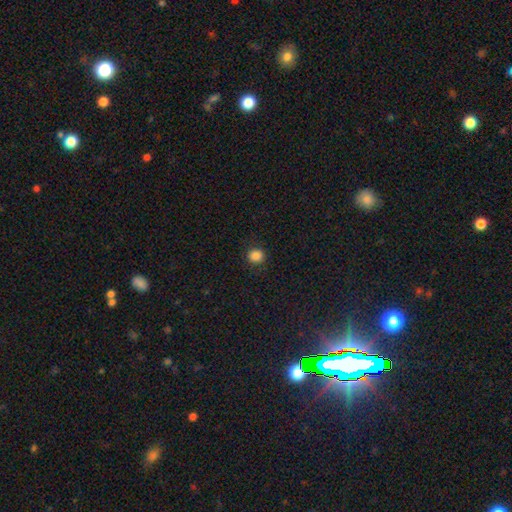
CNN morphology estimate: smooth_or_featured: smooth (p=0.85) [alt: star or artifact p=0.12]
how_rounded: round (p=0.83) [alt: in between p=0.16]
merging: none (p=0.89) [alt: minor disturbance p=0.08]